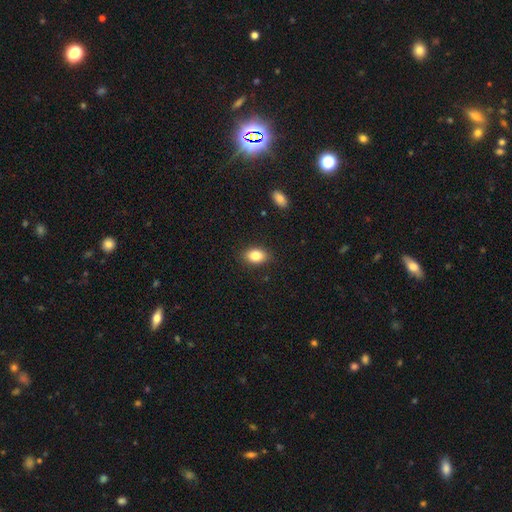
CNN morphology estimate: This appears to be a smooth galaxy with no disk features (84%) that is in between round and cigar-shaped (84%). Merging: none (87%).